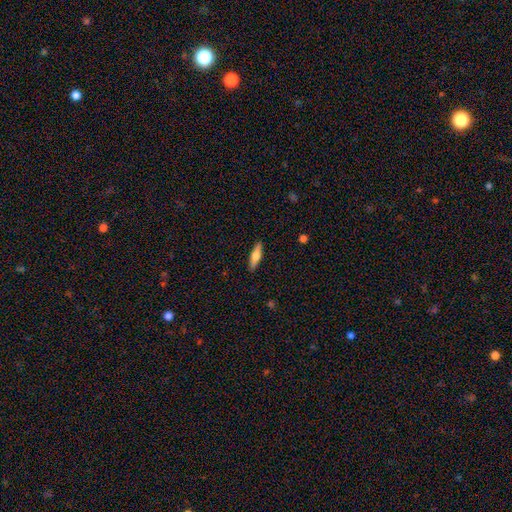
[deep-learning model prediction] Q: Smooth or featured?
A: smooth (62%); runner-up: featured or disk (33%)
Q: How rounded?
A: cigar-shaped (65%); runner-up: in between (32%)
Q: Merging?
A: none (90%); runner-up: minor disturbance (7%)